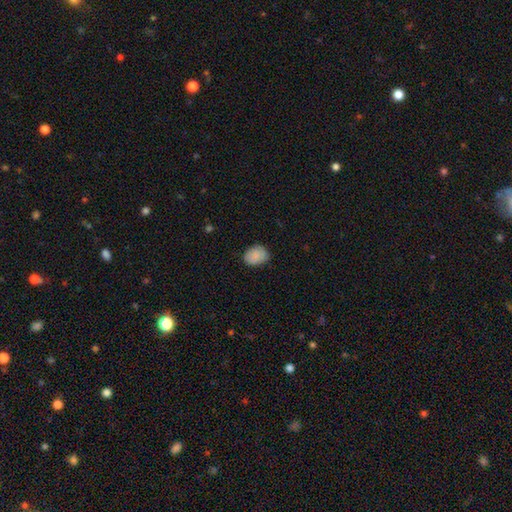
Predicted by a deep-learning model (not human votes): smooth-or-featured: smooth: 87% | star or artifact: 7% | featured or disk: 6%
  how-rounded: in between: 66% | round: 33% | cigar-shaped: 1%
  merging: none: 80% | minor disturbance: 16% | major disturbance: 3% | merger: 1%